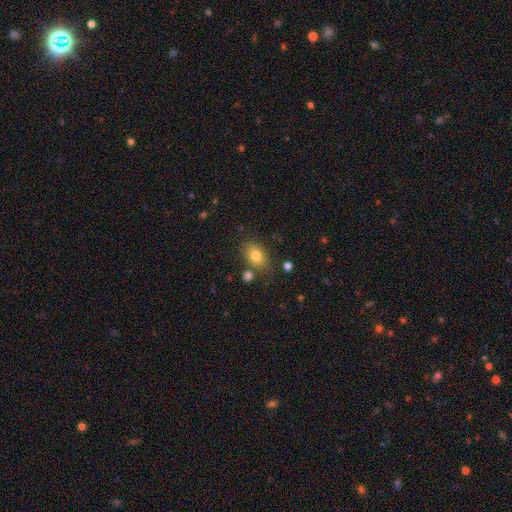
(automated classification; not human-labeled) Morphology: type=smooth (80%); roundness=in between (80%); merging=none (76%).